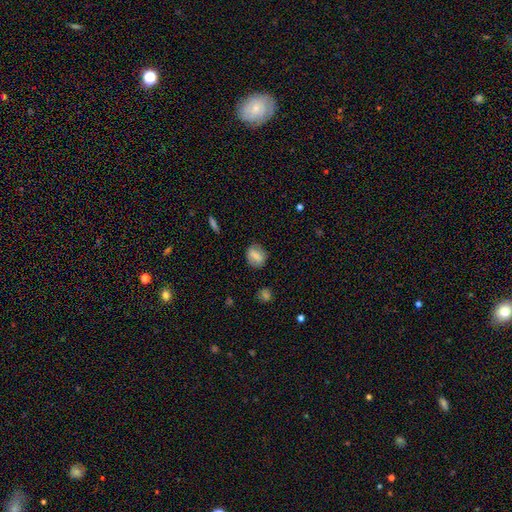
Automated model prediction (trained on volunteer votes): smooth_or_featured: smooth (p=0.74) [alt: featured or disk p=0.17]
how_rounded: round (p=0.51) [alt: in between p=0.47]
merging: none (p=0.80) [alt: minor disturbance p=0.15]